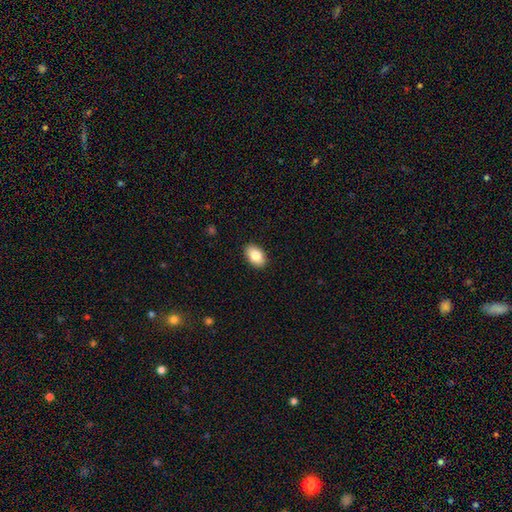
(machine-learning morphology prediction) The model was most divided on "smooth or featured": smooth: 84%, featured or disk: 8%, star or artifact: 7%. More confident: how rounded — in between (91%); merging — none (90%).